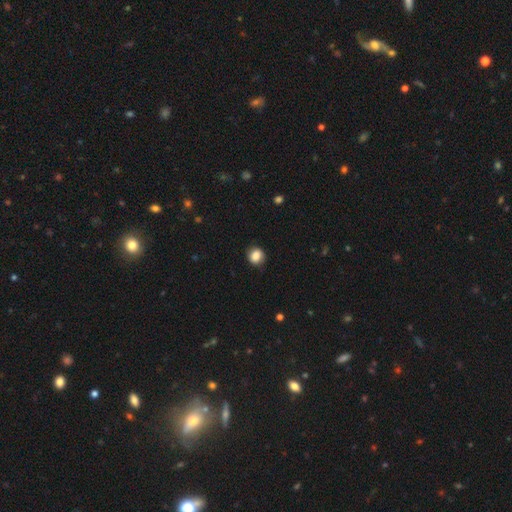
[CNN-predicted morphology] The model was most divided on "how rounded": round: 72%, in between: 27%, cigar-shaped: 1%. More confident: smooth or featured — smooth (85%); merging — none (84%).